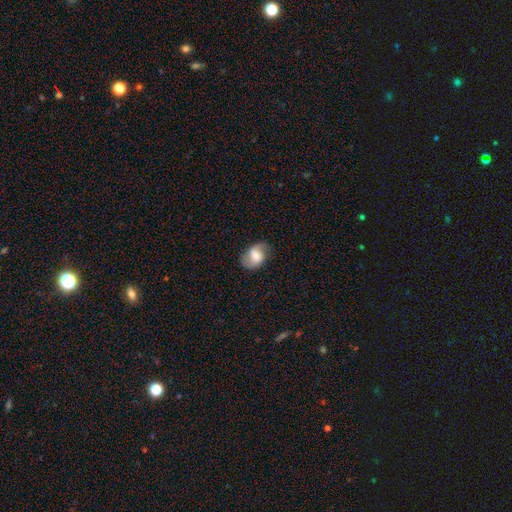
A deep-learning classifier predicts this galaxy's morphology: type=featured or disk (52%); edge-on=no (97%); bar=weak (47%); spiral arms=yes (87%); bulge=moderate (44%); merging=none (71%).